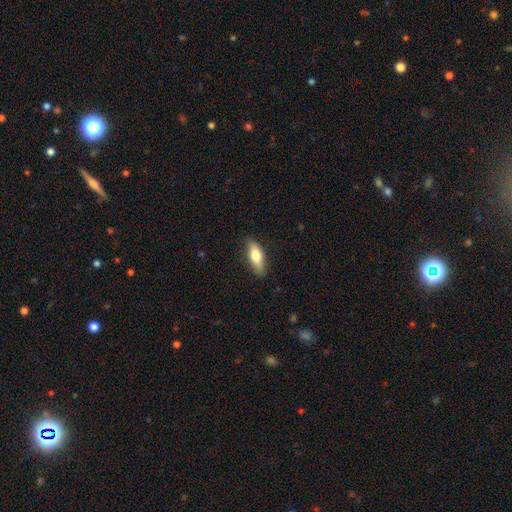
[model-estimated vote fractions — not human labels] smooth 74%, featured or disk 20%, star or artifact 6%. Down the decision tree: how rounded — in between (66%); merging — none (83%).